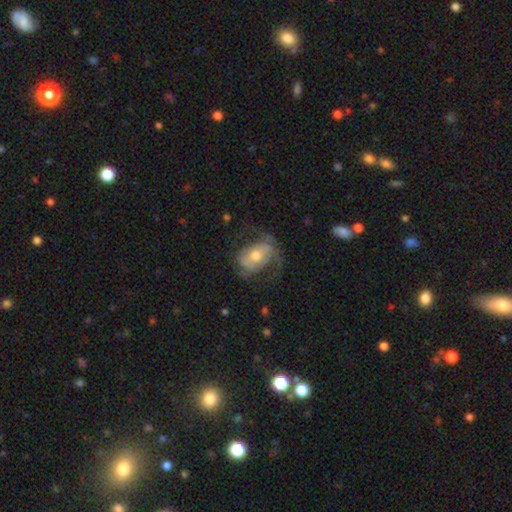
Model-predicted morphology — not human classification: A featured or disk galaxy (66%) with no bar (52%), 2 (70%) medium (42%) spiral arms (80%) and a moderate central bulge (70%).

Vote fractions:
- Smooth or featured? featured or disk: 66% / smooth: 28% / star or artifact: 6%
- Edge-on disk? no: 96% / yes: 4%
- Bar? no: 52% / weak: 33% / strong: 15%
- Spiral arms? yes: 80% / no: 20%
- Spiral winding? medium: 42% / loose: 38% / tight: 20%
- Spiral arm count? 2: 70% / can't tell: 13% / 1: 10% / 3: 4% / 4: 2% / more than 4: 1%
- Bulge size? moderate: 70% / small: 19% / large: 9% / none: 1% / dominant: 1%
- Merging? none: 51% / major disturbance: 25% / minor disturbance: 22% / merger: 2%